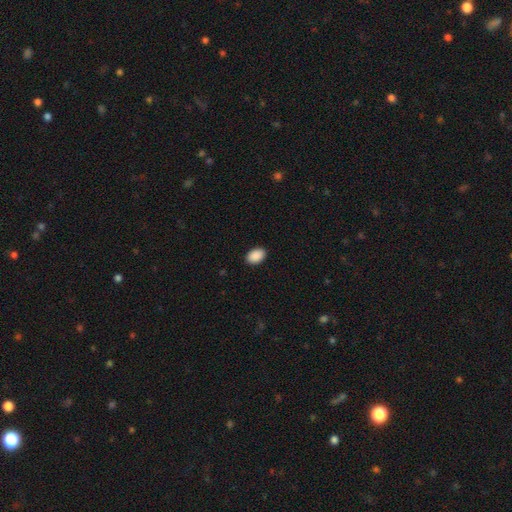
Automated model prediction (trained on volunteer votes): Smooth or featured?
  - smooth: 91% *
  - star or artifact: 7%
  - featured or disk: 2%
How rounded?
  - in between: 88% *
  - round: 11%
  - cigar-shaped: 1%
Merging?
  - none: 90% *
  - minor disturbance: 7%
  - major disturbance: 2%
  - merger: 1%